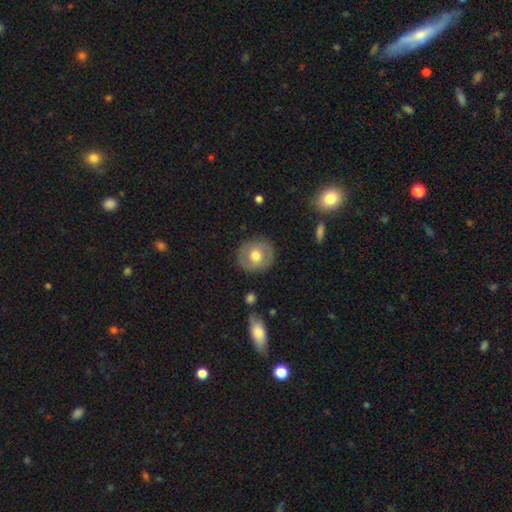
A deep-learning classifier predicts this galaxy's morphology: This appears to be a smooth galaxy with no disk features (59%) that is round (88%). Merging: none (87%).